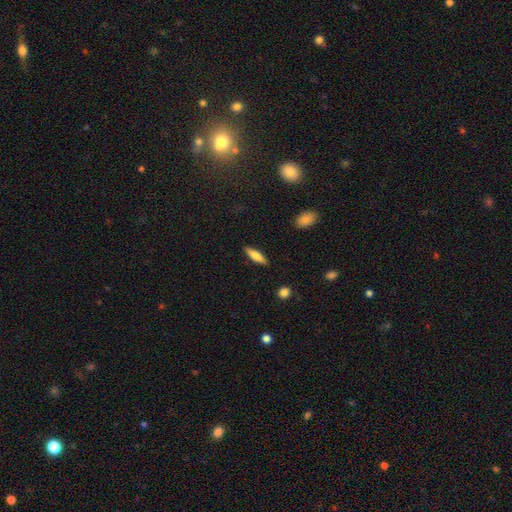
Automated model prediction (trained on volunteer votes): smooth 70%, featured or disk 24%, star or artifact 6%. Down the decision tree: how rounded — cigar-shaped (64%); merging — none (89%).